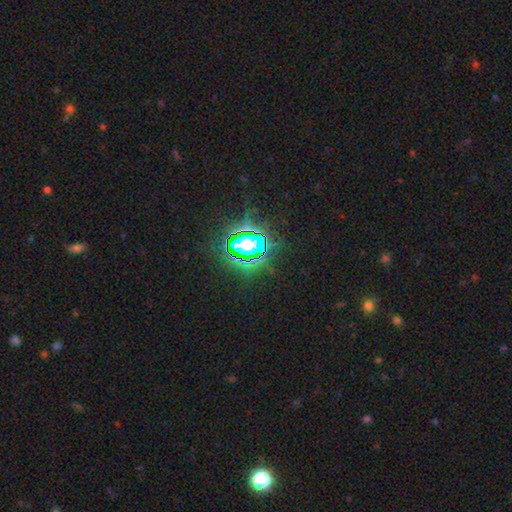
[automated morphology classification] type=star or artifact (81%).